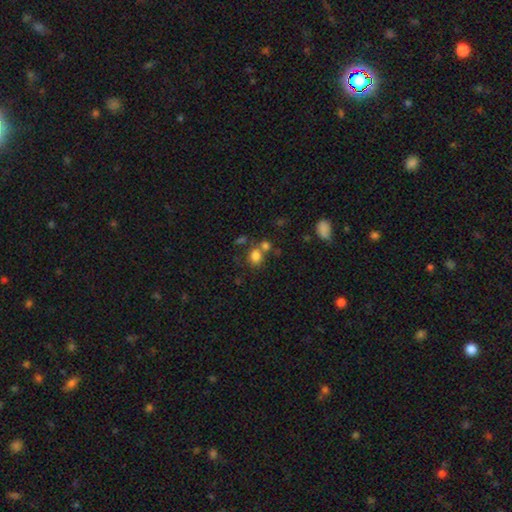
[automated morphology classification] This appears to be a smooth galaxy with no disk features (80%) that is round (58%). Merging: none (53%).